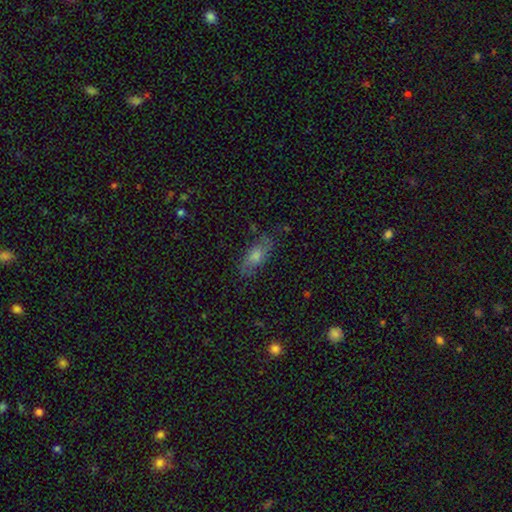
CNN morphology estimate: The model was most divided on "smooth or featured": smooth: 52%, featured or disk: 37%, star or artifact: 11%. More confident: merging — none (74%); how rounded — in between (72%).